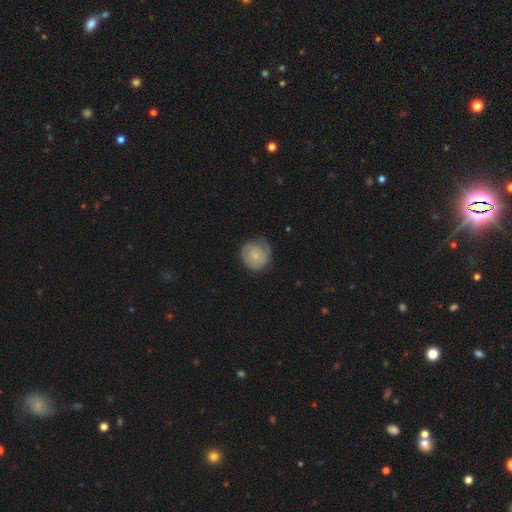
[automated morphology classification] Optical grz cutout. It shows a featured or disk galaxy (49%). Merging: none (63%).